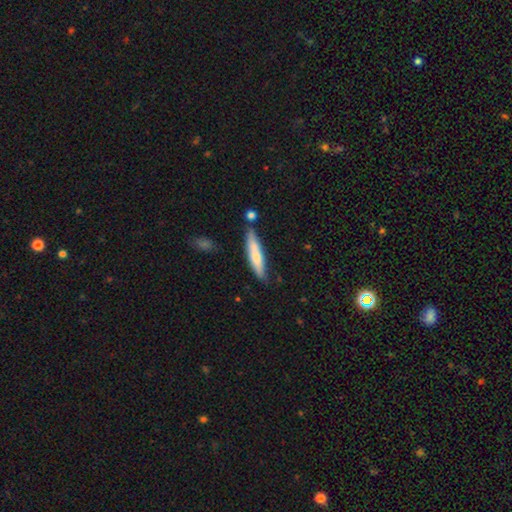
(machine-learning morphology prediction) Overall: smooth (66%; featured or disk 28%). How rounded: cigar-shaped (84%). Merging: none (75%).